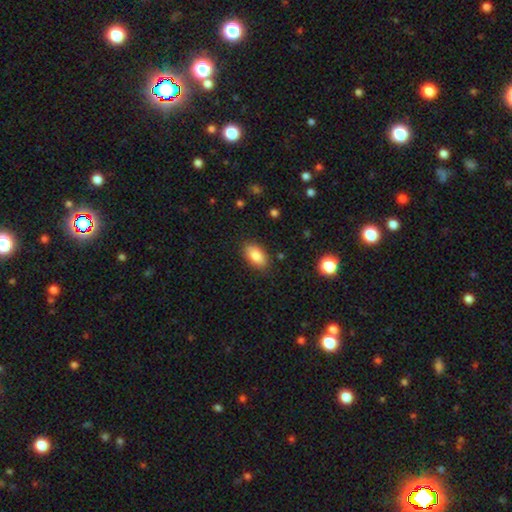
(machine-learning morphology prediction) A smooth galaxy with no disk features (86%) that is in between round and cigar-shaped (92%). Merging: none (84%).